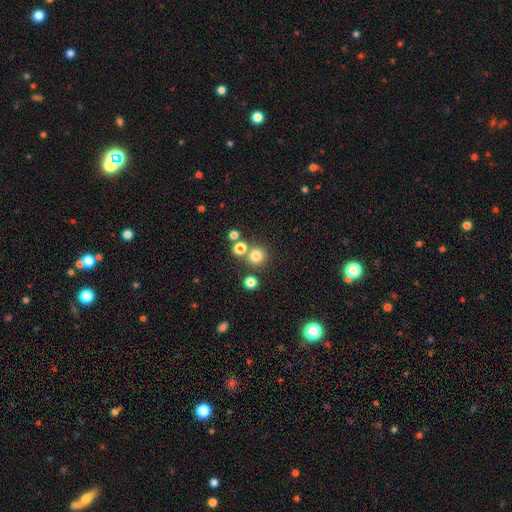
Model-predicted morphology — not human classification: The model was most divided on "merging": none: 74%, merger: 16%, minor disturbance: 7%, major disturbance: 3%. More confident: how rounded — round (93%); smooth or featured — smooth (78%).